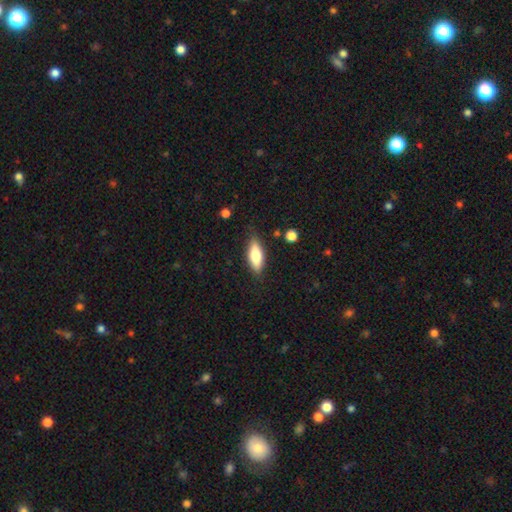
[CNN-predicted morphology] smooth 71%, featured or disk 23%, star or artifact 6%. Down the decision tree: how rounded — in between (68%); merging — none (82%).